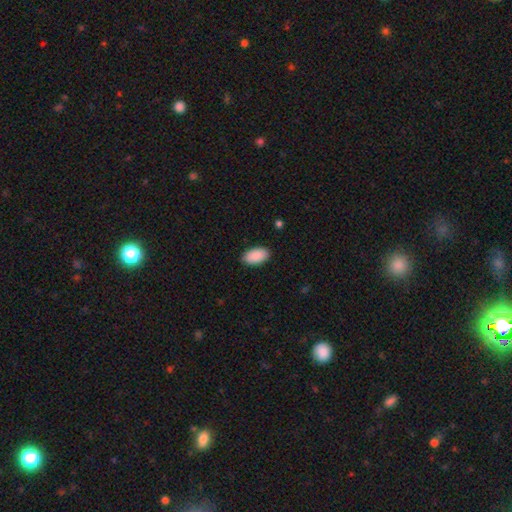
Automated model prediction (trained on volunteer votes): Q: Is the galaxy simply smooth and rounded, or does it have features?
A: smooth — 91%.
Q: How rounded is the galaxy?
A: in between — 96%.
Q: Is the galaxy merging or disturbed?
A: none — 89%.